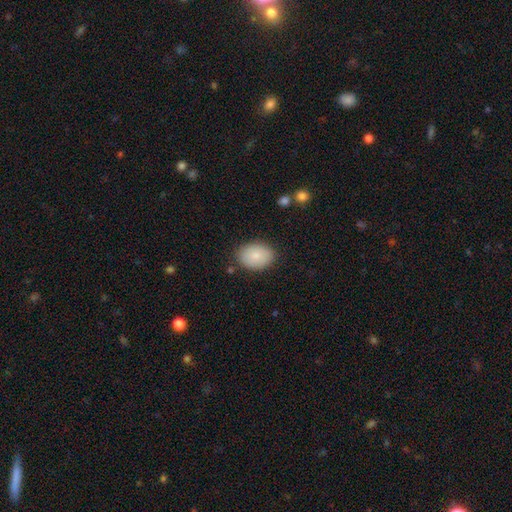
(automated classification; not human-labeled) Smooth or featured: smooth — 85% (featured or disk — 8%)
How rounded: in between — 74% (round — 25%)
Merging: none — 84% (minor disturbance — 11%)